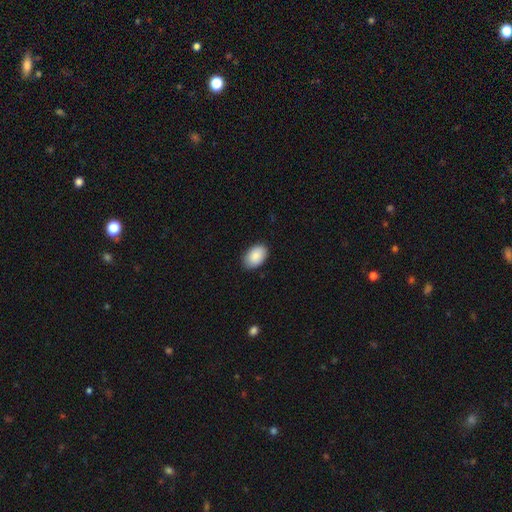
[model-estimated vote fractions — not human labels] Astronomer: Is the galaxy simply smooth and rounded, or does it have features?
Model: smooth — 90%.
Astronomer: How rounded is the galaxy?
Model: in between — 90%.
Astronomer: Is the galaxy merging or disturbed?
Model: none — 86%.